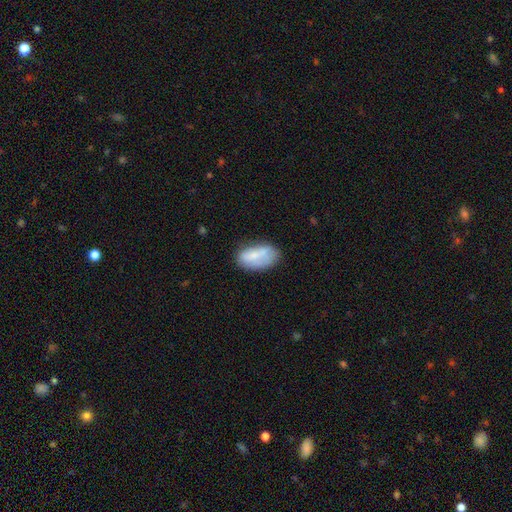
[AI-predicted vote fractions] This appears to be a smooth galaxy with no disk features (69%) that is in between round and cigar-shaped (93%). Merging: none (53%).